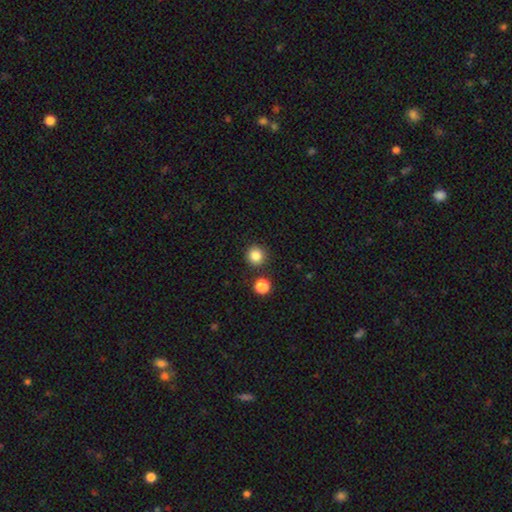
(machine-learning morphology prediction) smooth_or_featured: smooth (p=0.85) [alt: star or artifact p=0.11]
how_rounded: round (p=0.94) [alt: in between p=0.05]
merging: none (p=0.88) [alt: minor disturbance p=0.05]